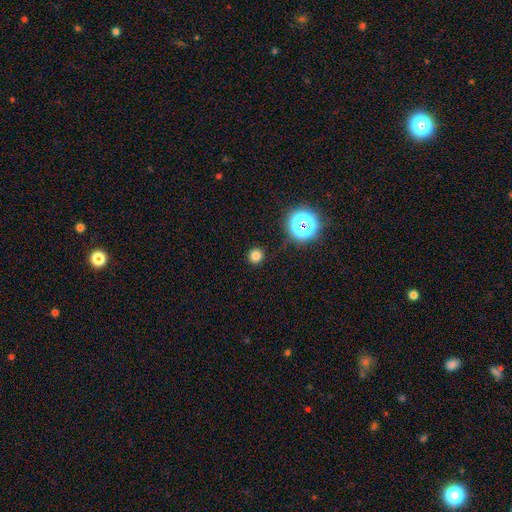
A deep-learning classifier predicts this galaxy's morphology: Overall: smooth (78%). How rounded: round (94%). Merging: none (91%).